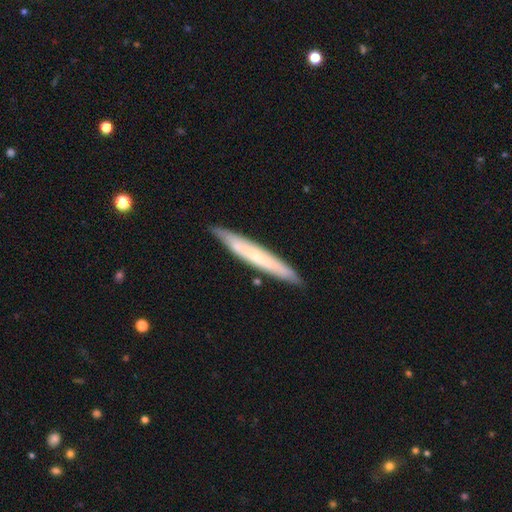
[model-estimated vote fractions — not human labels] Q: Smooth or featured?
A: featured or disk (50%); runner-up: smooth (44%)
Q: Edge-on disk?
A: yes (84%); runner-up: no (16%)
Q: Merging?
A: none (88%); runner-up: minor disturbance (9%)